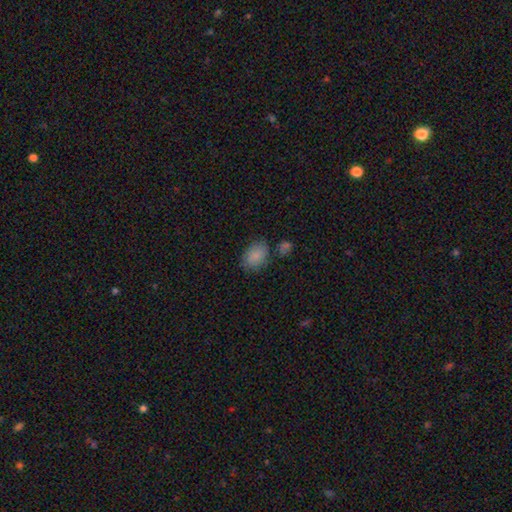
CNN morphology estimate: Smooth or featured?
  - smooth: 85% *
  - star or artifact: 8%
  - featured or disk: 7%
How rounded?
  - in between: 78% *
  - round: 20%
  - cigar-shaped: 1%
Merging?
  - none: 69% *
  - minor disturbance: 18%
  - merger: 7%
  - major disturbance: 5%